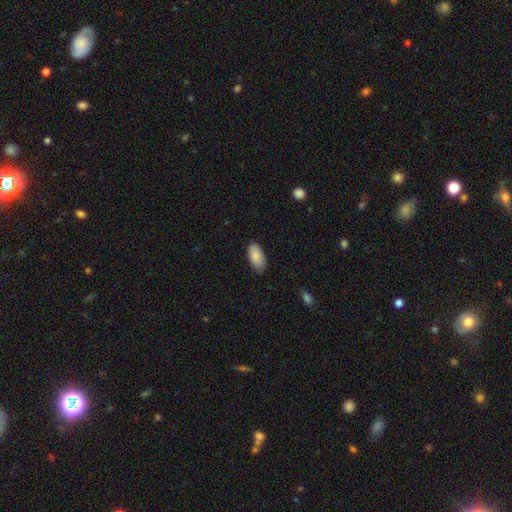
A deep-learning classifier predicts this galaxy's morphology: smooth 87%, featured or disk 7%, star or artifact 6%. Down the decision tree: how rounded — in between (94%); merging — none (78%).